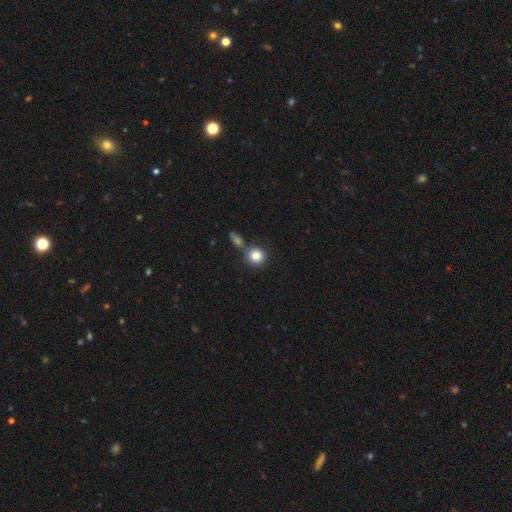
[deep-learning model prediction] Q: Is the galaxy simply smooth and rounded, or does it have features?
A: smooth — 83%.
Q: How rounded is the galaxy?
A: round — 87%.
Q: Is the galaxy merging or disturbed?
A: none — 65%.